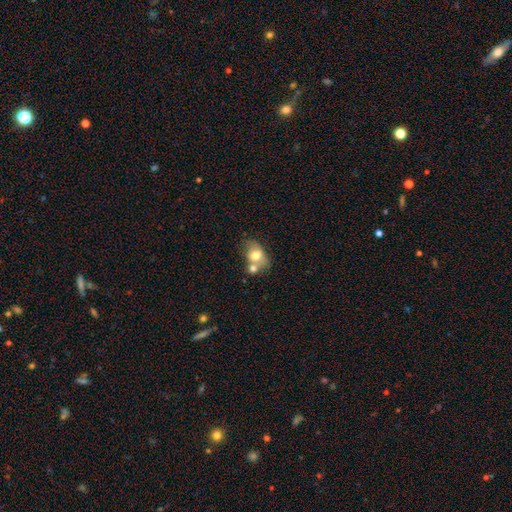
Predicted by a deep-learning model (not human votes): Overall: smooth (68%). How rounded: in between (69%). Merging: merger (41%; none 37%).